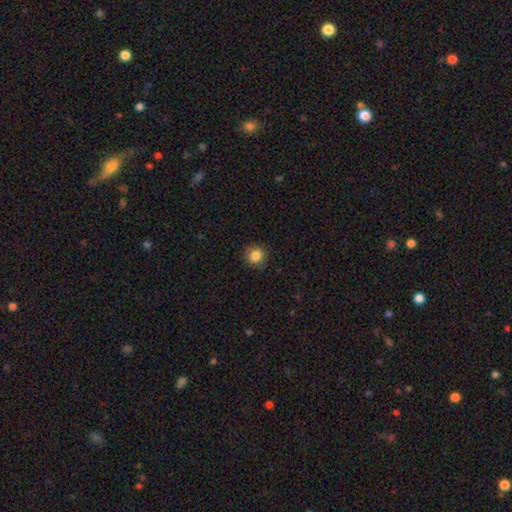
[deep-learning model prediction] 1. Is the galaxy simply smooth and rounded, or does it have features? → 84% smooth, 10% star or artifact, 6% featured or disk.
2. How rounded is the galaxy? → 84% round, 15% in between, 1% cigar-shaped.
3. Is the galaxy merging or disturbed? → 84% none, 12% minor disturbance, 3% major disturbance, 1% merger.